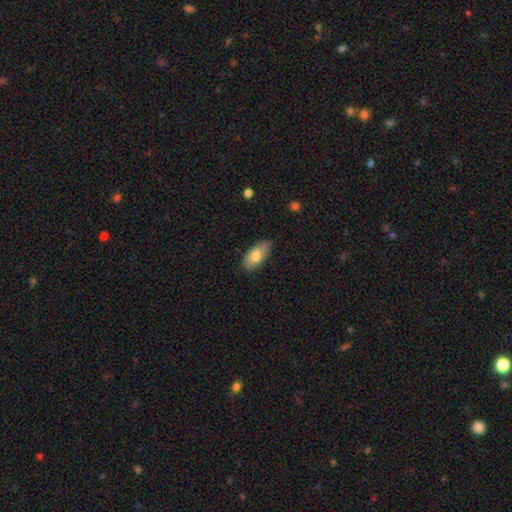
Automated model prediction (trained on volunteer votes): This is likely a smooth galaxy (76%). How rounded: clearly in between (90%). Merging: clearly none (81%).